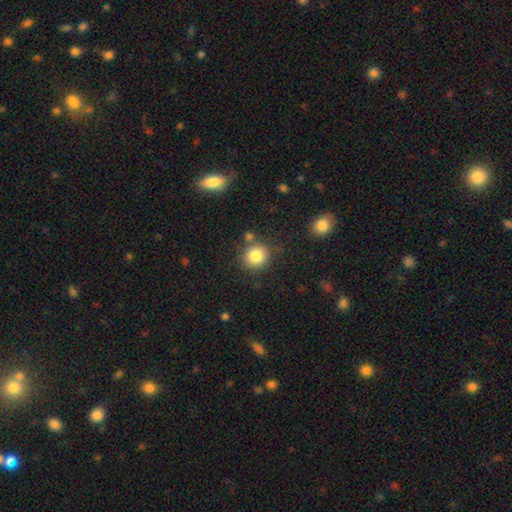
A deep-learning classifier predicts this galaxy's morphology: type=smooth (84%); roundness=round (83%); merging=none (78%).